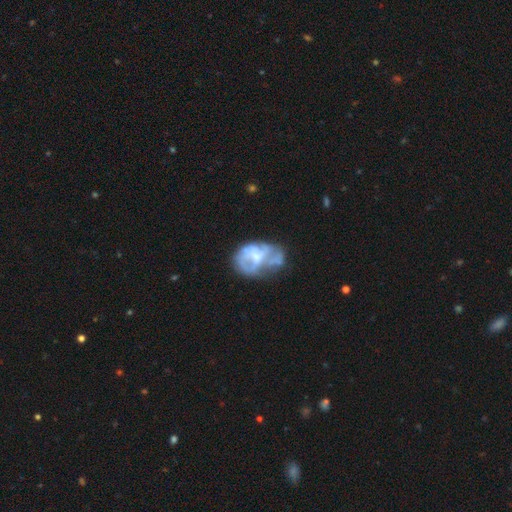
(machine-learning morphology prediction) type=featured or disk (64%); edge-on=no (98%); bar=no (68%); spiral arms=no (66%); bulge=moderate (35%); merging=none (33%).